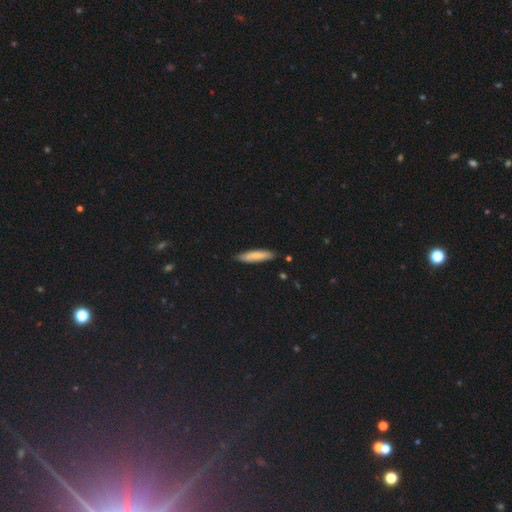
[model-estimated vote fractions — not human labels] The model was most divided on "how rounded": cigar-shaped: 79%, in between: 20%, round: 1%. More confident: merging — none (86%); smooth or featured — smooth (78%).